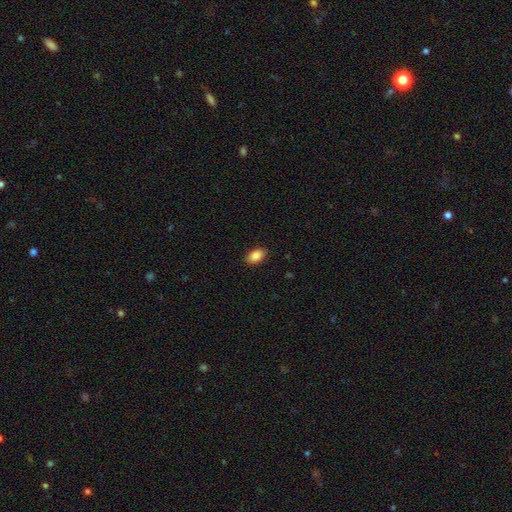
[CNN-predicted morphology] smooth 88%, star or artifact 7%, featured or disk 4%. Down the decision tree: how rounded — in between (90%); merging — none (89%).